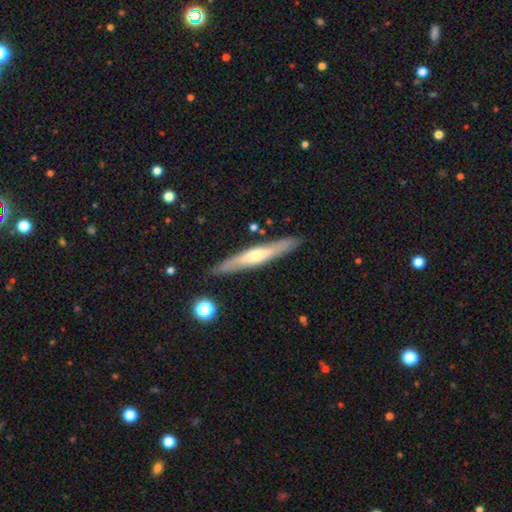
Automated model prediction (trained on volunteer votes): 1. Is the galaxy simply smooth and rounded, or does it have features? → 57% featured or disk, 37% smooth, 6% star or artifact.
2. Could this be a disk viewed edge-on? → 88% yes, 12% no.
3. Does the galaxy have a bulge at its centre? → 73% rounded, 22% none, 5% boxy.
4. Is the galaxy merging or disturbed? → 87% none, 9% minor disturbance, 2% major disturbance, 2% merger.